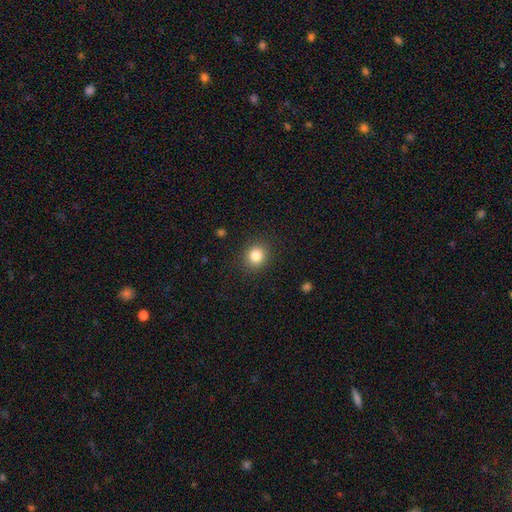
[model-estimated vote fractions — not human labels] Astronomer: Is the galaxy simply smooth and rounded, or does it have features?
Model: smooth — 84%.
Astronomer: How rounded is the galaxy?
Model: round — 82%.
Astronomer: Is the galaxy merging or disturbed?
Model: none — 89%.